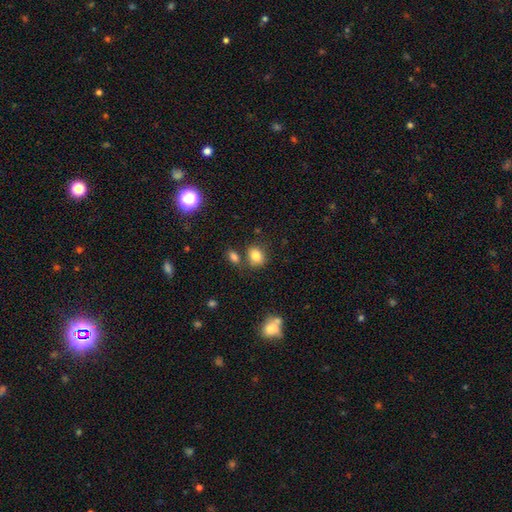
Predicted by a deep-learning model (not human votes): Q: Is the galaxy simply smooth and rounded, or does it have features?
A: smooth — 82%.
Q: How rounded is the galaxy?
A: in between — 56%.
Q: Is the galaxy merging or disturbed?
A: none — 67%.